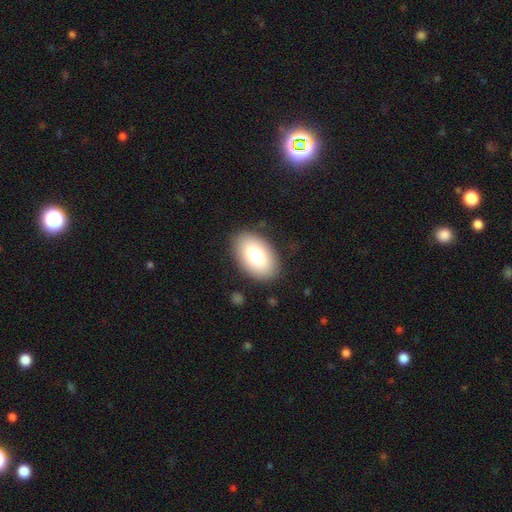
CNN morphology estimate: This is likely a smooth galaxy (78%). How rounded: clearly in between (93%). Merging: clearly none (87%).